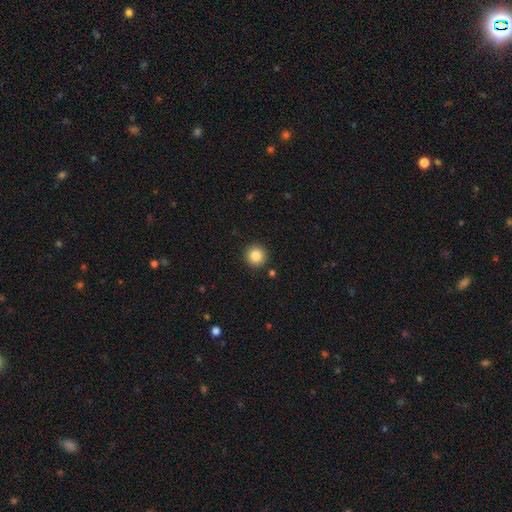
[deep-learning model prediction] Smooth or featured?
  - smooth: 84% *
  - star or artifact: 10%
  - featured or disk: 6%
How rounded?
  - round: 95% *
  - in between: 5%
  - cigar-shaped: 1%
Merging?
  - none: 91% *
  - minor disturbance: 5%
  - major disturbance: 2%
  - merger: 2%